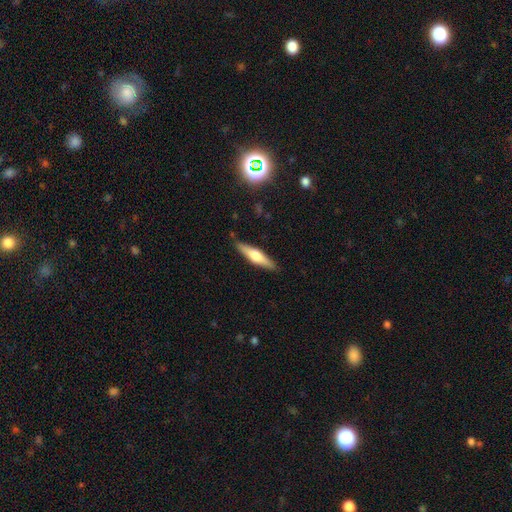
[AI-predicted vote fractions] smooth_or_featured: featured or disk (p=0.52) [alt: smooth p=0.43]
disk_edge_on: yes (p=0.95) [alt: no p=0.05]
merging: none (p=0.88) [alt: minor disturbance p=0.09]